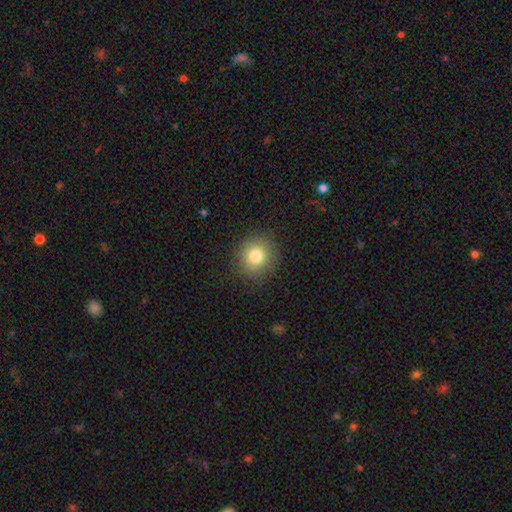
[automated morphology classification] smooth_or_featured: smooth (p=0.80) [alt: star or artifact p=0.12]
how_rounded: round (p=0.90) [alt: in between p=0.09]
merging: none (p=0.88) [alt: minor disturbance p=0.08]